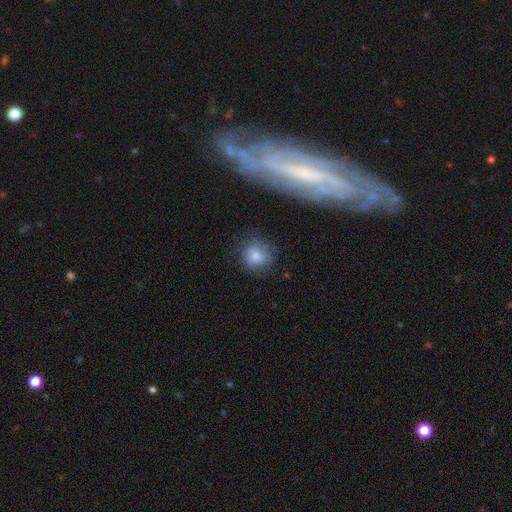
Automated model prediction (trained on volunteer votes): The model was most divided on "smooth or featured": smooth: 68%, featured or disk: 22%, star or artifact: 10%. More confident: how rounded — round (84%); merging — none (68%).